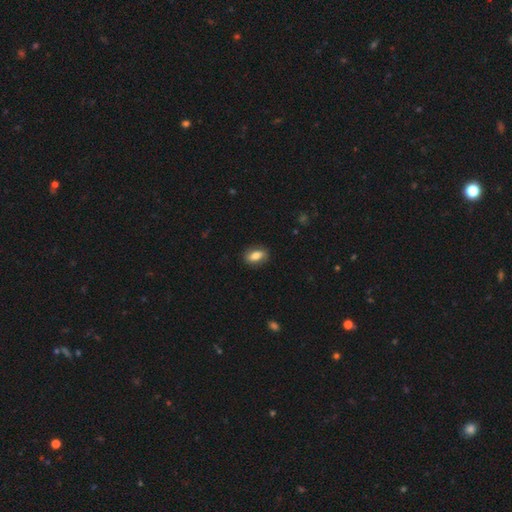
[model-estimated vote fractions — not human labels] Smooth or featured?
  - smooth: 76% *
  - featured or disk: 17%
  - star or artifact: 7%
How rounded?
  - in between: 85% *
  - round: 10%
  - cigar-shaped: 5%
Merging?
  - none: 84% *
  - minor disturbance: 12%
  - major disturbance: 3%
  - merger: 1%